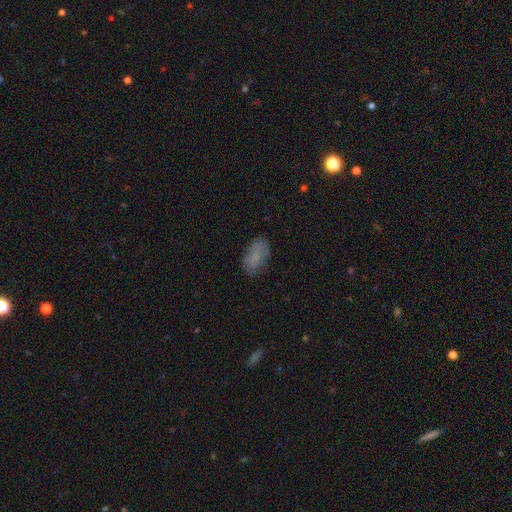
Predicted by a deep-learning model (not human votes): Smooth or featured?
  - smooth: 76% *
  - featured or disk: 14%
  - star or artifact: 10%
How rounded?
  - in between: 92% *
  - round: 5%
  - cigar-shaped: 3%
Merging?
  - none: 74% *
  - minor disturbance: 19%
  - major disturbance: 6%
  - merger: 1%